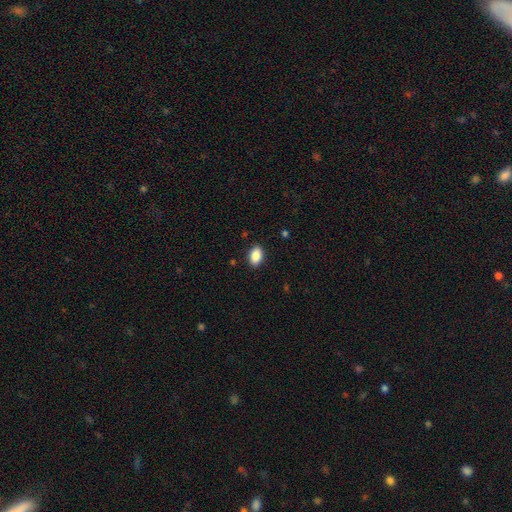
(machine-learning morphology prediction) Smooth or featured? Predicted: smooth (p=0.88). How rounded? Predicted: in between (p=0.90). Merging? Predicted: none (p=0.89).